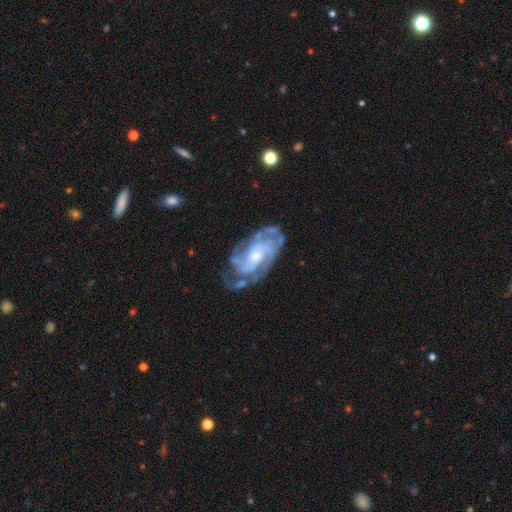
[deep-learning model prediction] Smooth or featured?
  - featured or disk: 88% *
  - smooth: 6%
  - star or artifact: 5%
Edge-on disk?
  - no: 96% *
  - yes: 4%
Bar?
  - no: 61% *
  - weak: 31%
  - strong: 8%
Spiral arms?
  - yes: 96% *
  - no: 4%
Spiral winding?
  - tight: 56% *
  - medium: 36%
  - loose: 8%
Spiral arm count?
  - can't tell: 26% * (tied)
  - 3: 26% * (tied)
  - 4: 19%
  - 2: 17%
  - more than 4: 6%
  - 1: 5%
Bulge size?
  - small: 47% *
  - moderate: 43%
  - large: 5%
  - none: 4%
  - dominant: 1%
Merging?
  - none: 66% *
  - minor disturbance: 21%
  - major disturbance: 11%
  - merger: 2%